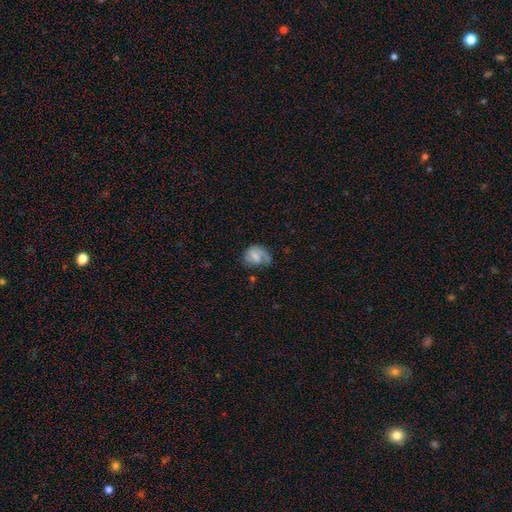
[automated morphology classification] smooth_or_featured: featured or disk (p=0.47) [alt: smooth p=0.45]
merging: none (p=0.44) [alt: minor disturbance p=0.30]